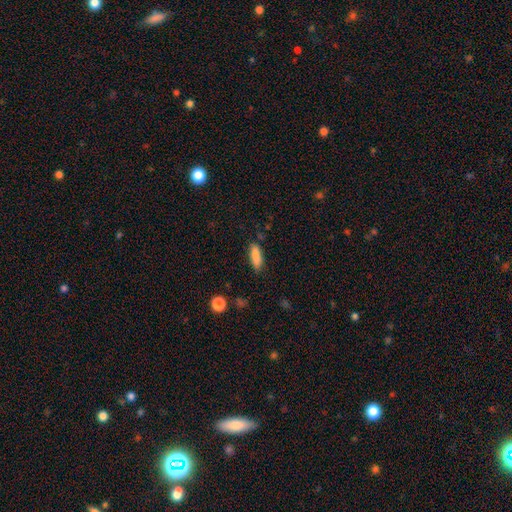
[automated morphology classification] type=smooth (85%); roundness=in between (53%); merging=none (77%).